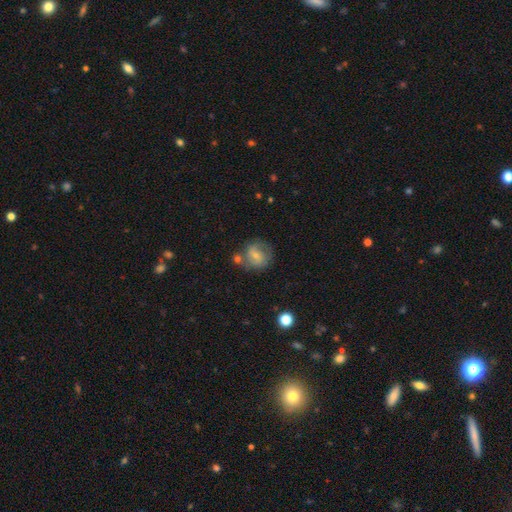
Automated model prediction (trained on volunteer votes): Smooth or featured?
  - smooth: 50% *
  - featured or disk: 41%
  - star or artifact: 9%
Merging?
  - none: 54% *
  - minor disturbance: 19%
  - merger: 18%
  - major disturbance: 9%